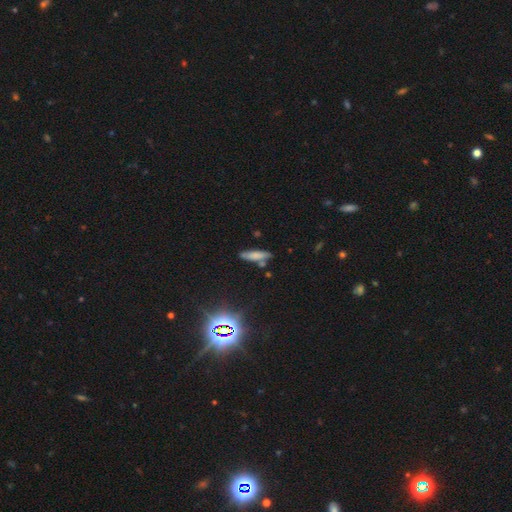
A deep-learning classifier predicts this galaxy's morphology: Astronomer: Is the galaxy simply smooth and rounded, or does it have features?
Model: smooth — 69%.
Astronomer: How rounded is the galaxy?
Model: cigar-shaped — 62%.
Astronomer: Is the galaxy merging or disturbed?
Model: none — 69%.